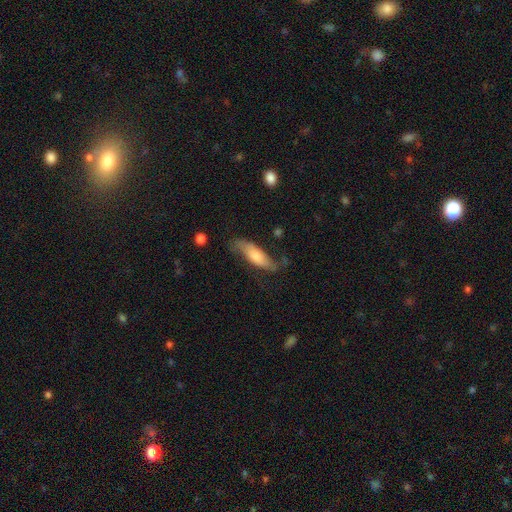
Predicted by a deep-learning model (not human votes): This appears to be a featured or disk galaxy (52%). Merging: none (63%).